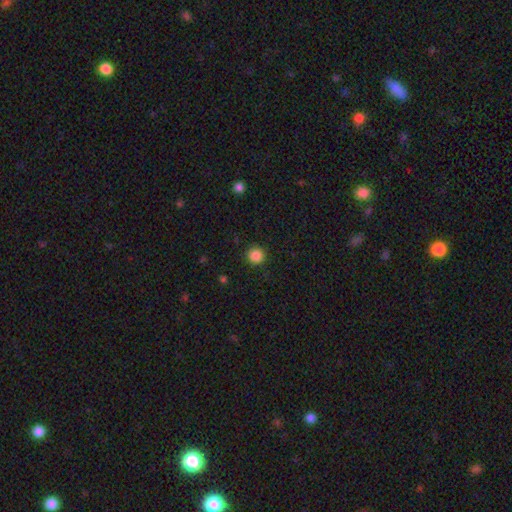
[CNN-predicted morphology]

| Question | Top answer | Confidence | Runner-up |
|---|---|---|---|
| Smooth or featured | smooth | 86% | star or artifact (11%) |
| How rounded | round | 95% | in between (4%) |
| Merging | none | 91% | minor disturbance (6%) |